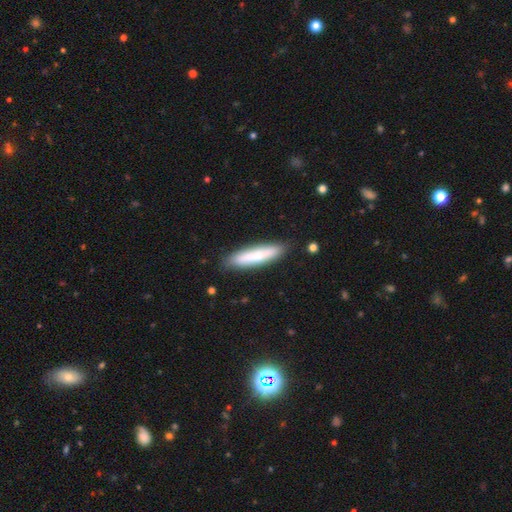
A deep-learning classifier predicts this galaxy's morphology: Smooth or featured? Predicted: smooth (p=0.73). How rounded? Predicted: cigar-shaped (p=0.83). Merging? Predicted: none (p=0.86).